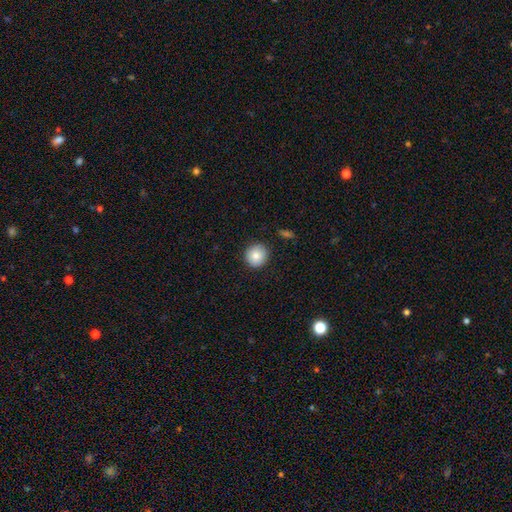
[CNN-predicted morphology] Q: Smooth or featured?
A: smooth (84%); runner-up: star or artifact (8%)
Q: How rounded?
A: round (91%); runner-up: in between (8%)
Q: Merging?
A: none (90%); runner-up: minor disturbance (7%)